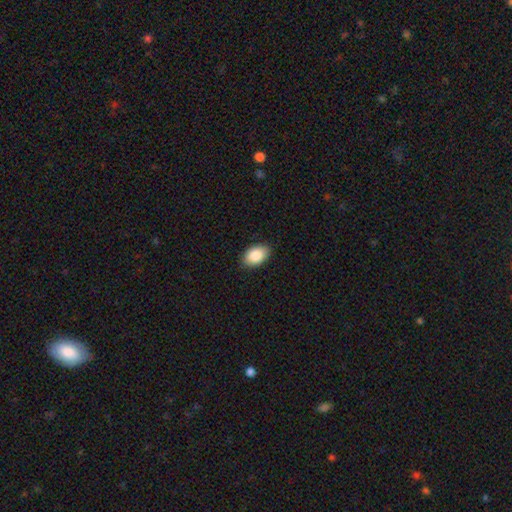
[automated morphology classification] Overall: smooth (87%). How rounded: in between (91%). Merging: none (88%).